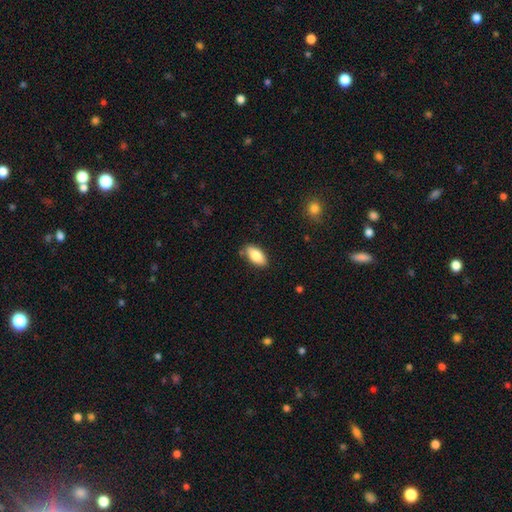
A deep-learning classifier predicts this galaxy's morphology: smooth_or_featured: smooth (p=0.84) [alt: featured or disk p=0.10]
how_rounded: in between (p=0.90) [alt: cigar-shaped p=0.07]
merging: none (p=0.82) [alt: minor disturbance p=0.13]